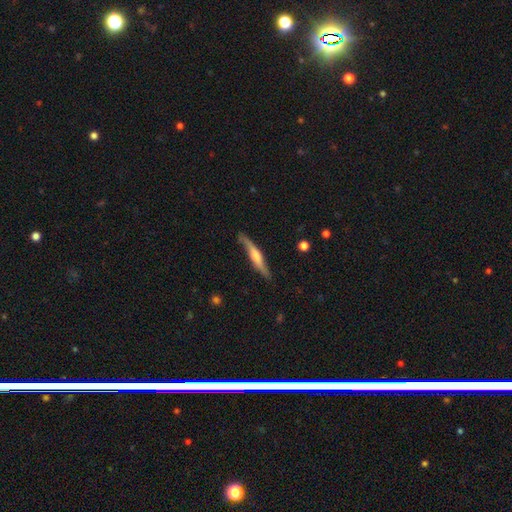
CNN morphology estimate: Overall: featured or disk (64%; smooth 30%). Edge-on disk: yes (90%). Edge-on bulge: rounded (70%). Merging: none (77%).